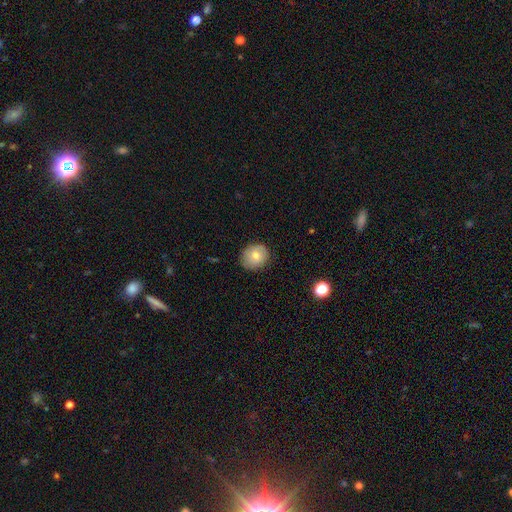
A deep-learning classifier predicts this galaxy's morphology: This is likely a smooth galaxy (78%). How rounded: likely round (70%). Merging: clearly none (83%).